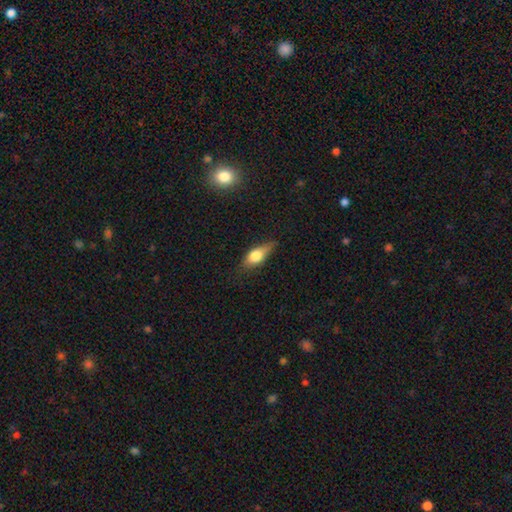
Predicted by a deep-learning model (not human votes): smooth-or-featured: smooth: 67% | featured or disk: 25% | star or artifact: 8%
  how-rounded: in between: 70% | cigar-shaped: 24% | round: 6%
  merging: none: 65% | minor disturbance: 27% | major disturbance: 7% | merger: 2%